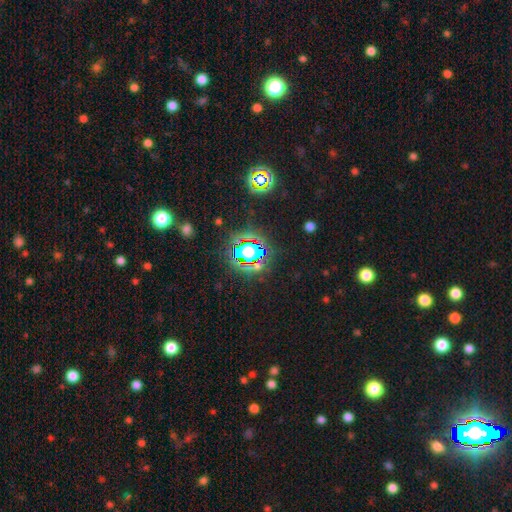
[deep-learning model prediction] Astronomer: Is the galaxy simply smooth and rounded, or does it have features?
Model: star or artifact — 70%.